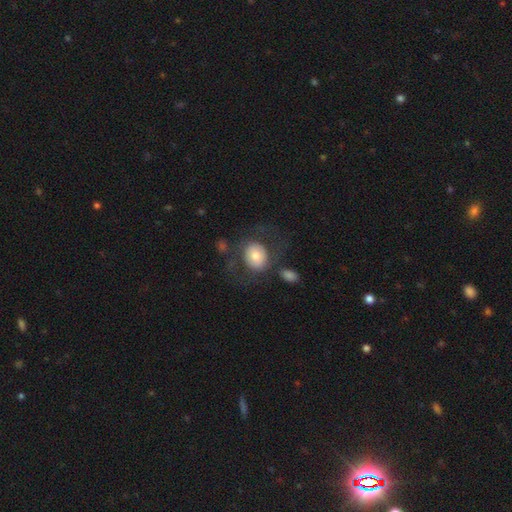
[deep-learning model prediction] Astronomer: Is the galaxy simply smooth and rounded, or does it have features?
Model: smooth — 68%.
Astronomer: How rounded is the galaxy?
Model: round — 64%.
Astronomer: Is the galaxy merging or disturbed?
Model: none — 56%.